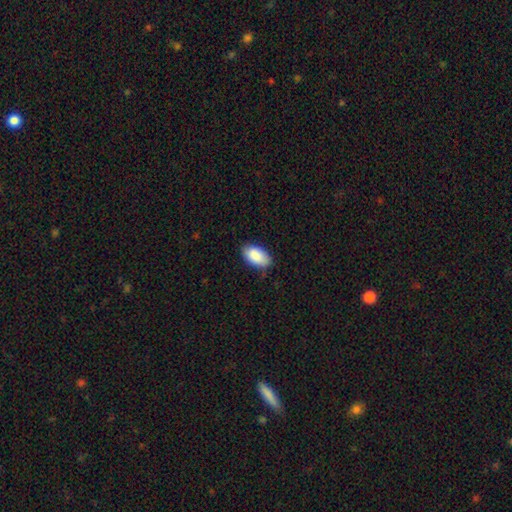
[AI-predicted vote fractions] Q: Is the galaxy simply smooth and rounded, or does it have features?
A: smooth — 89%.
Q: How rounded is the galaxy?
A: in between — 96%.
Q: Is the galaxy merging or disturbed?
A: none — 82%.